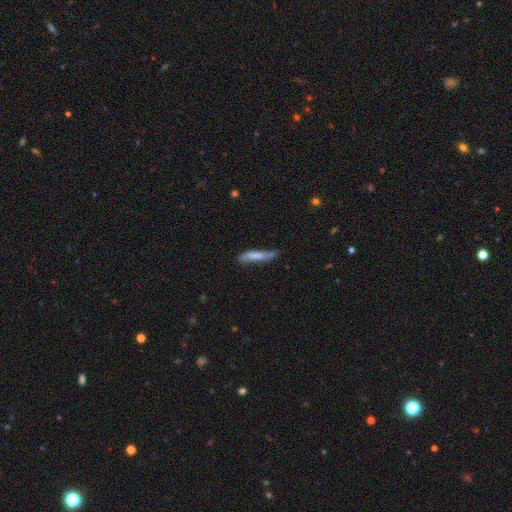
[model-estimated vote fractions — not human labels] Q: Smooth or featured?
A: smooth (66%); runner-up: featured or disk (27%)
Q: How rounded?
A: cigar-shaped (86%); runner-up: in between (13%)
Q: Merging?
A: none (49%); runner-up: minor disturbance (33%)